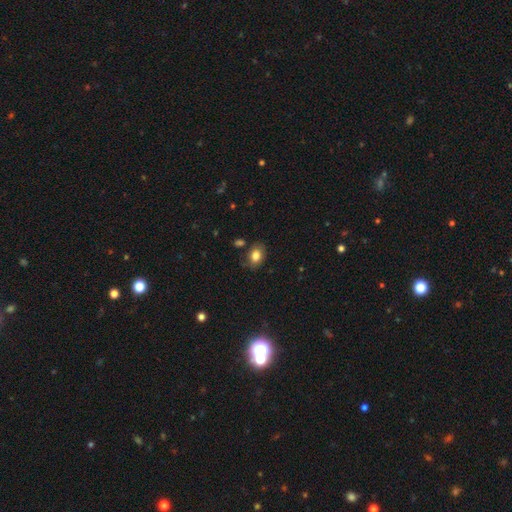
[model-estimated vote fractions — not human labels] smooth-or-featured: smooth: 82% | star or artifact: 9% | featured or disk: 9%
  how-rounded: in between: 74% | round: 25% | cigar-shaped: 1%
  merging: none: 78% | minor disturbance: 15% | major disturbance: 4% | merger: 3%